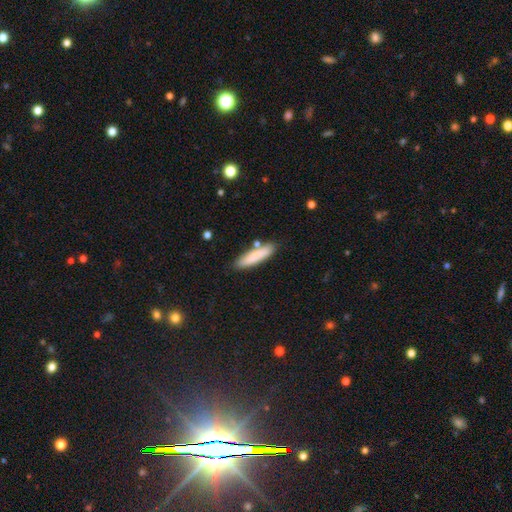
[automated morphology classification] Overall: smooth (82%). How rounded: cigar-shaped (76%). Merging: none (81%).